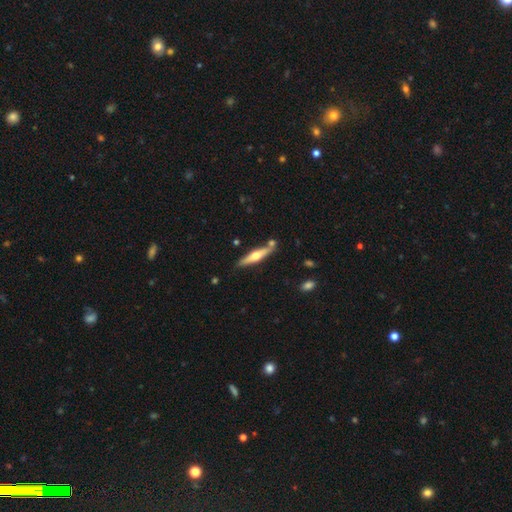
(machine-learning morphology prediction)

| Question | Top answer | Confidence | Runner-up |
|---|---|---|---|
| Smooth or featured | featured or disk | 59% | smooth (35%) |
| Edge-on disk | yes | 95% | no (5%) |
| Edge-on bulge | rounded | 93% | none (4%) |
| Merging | none | 79% | minor disturbance (11%) |